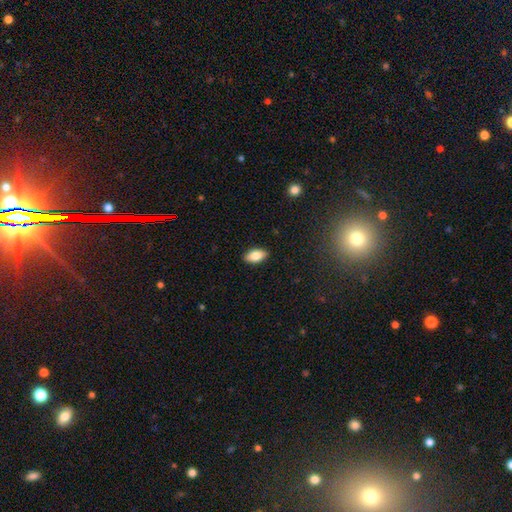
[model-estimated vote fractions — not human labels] This appears to be a smooth galaxy with no disk features (83%) that is in between round and cigar-shaped (92%). Merging: none (89%).